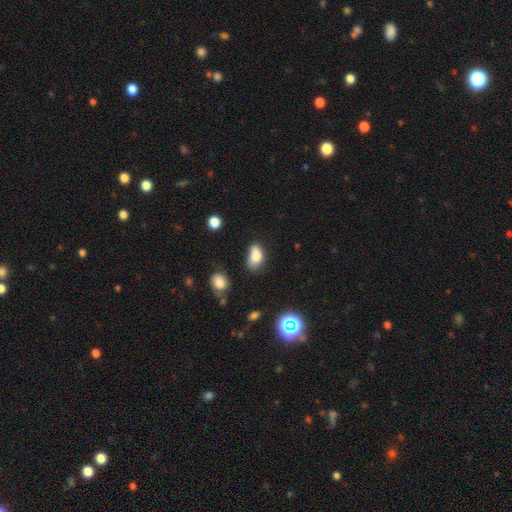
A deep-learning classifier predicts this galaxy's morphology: smooth-or-featured: smooth: 80% | star or artifact: 11% | featured or disk: 9%
  how-rounded: in between: 87% | round: 11% | cigar-shaped: 2%
  merging: none: 43% | minor disturbance: 34% | major disturbance: 14% | merger: 10%